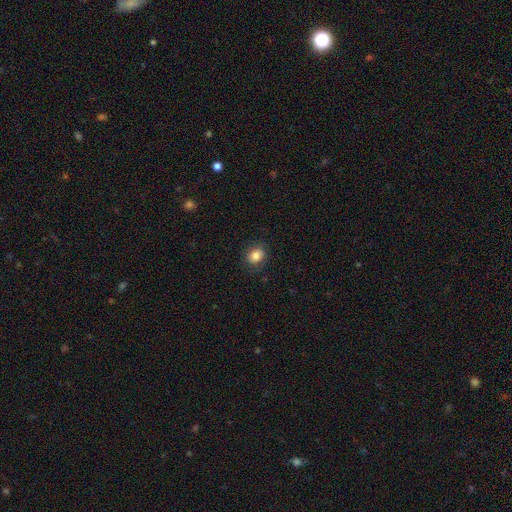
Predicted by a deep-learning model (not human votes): A smooth galaxy with no disk features (83%) that is round (50%). Merging: none (83%).